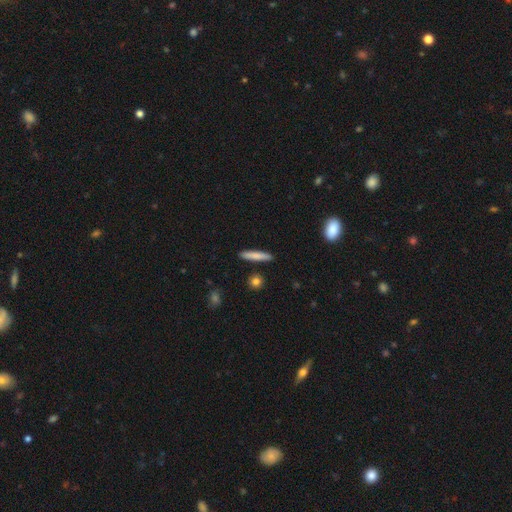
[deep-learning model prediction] Overall: smooth (77%). How rounded: cigar-shaped (92%). Merging: none (90%).